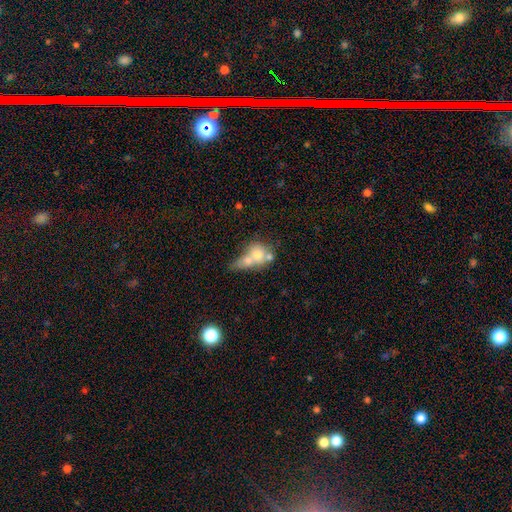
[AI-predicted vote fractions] A smooth galaxy with no disk features (62%) that is round (52%).

Vote fractions:
- Smooth or featured? smooth: 62% / featured or disk: 28% / star or artifact: 10%
- How rounded? round: 52% / in between: 44% / cigar-shaped: 5%
- Merging? merger: 64% / none: 18% / minor disturbance: 9% / major disturbance: 9%